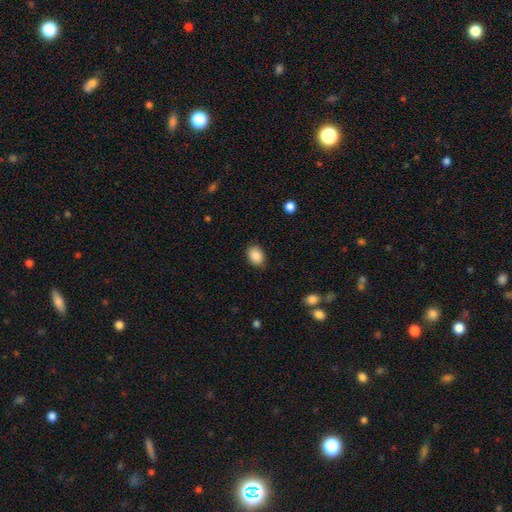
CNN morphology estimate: The model was most divided on "how rounded": in between: 66%, round: 33%, cigar-shaped: 1%. More confident: smooth or featured — smooth (88%); merging — none (83%).